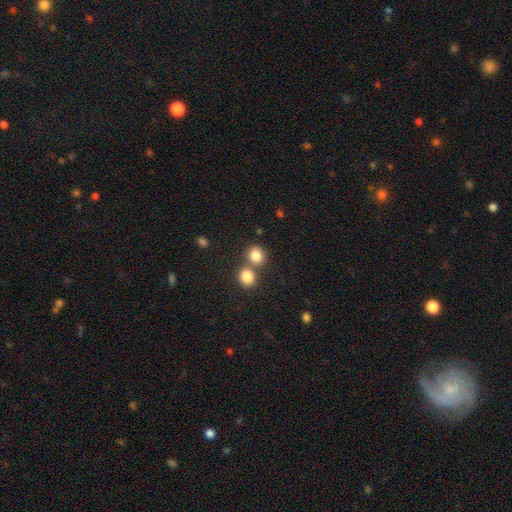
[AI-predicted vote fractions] smooth 83%, star or artifact 10%, featured or disk 6%. Down the decision tree: how rounded — round (79%); merging — none (54%).